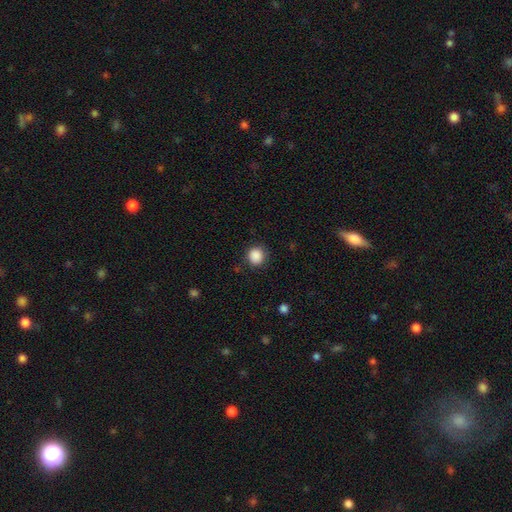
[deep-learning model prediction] Q: Smooth or featured?
A: smooth (87%); runner-up: star or artifact (10%)
Q: How rounded?
A: round (89%); runner-up: in between (10%)
Q: Merging?
A: none (87%); runner-up: minor disturbance (9%)